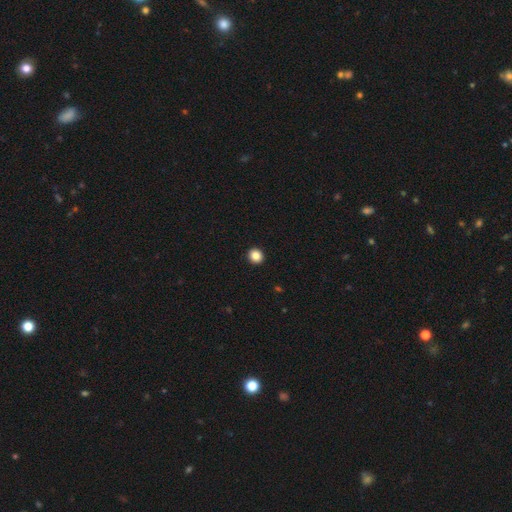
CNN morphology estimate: Smooth or featured? Predicted: smooth (p=0.86). How rounded? Predicted: round (p=0.89). Merging? Predicted: none (p=0.94).